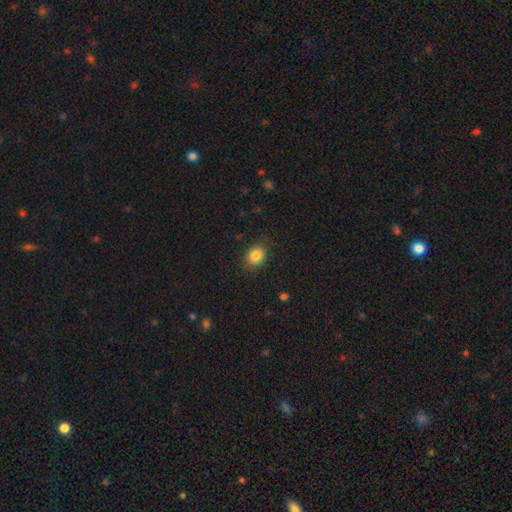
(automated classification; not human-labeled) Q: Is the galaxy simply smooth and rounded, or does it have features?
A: smooth — 84%.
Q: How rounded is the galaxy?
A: in between — 51%.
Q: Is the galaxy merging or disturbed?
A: none — 82%.